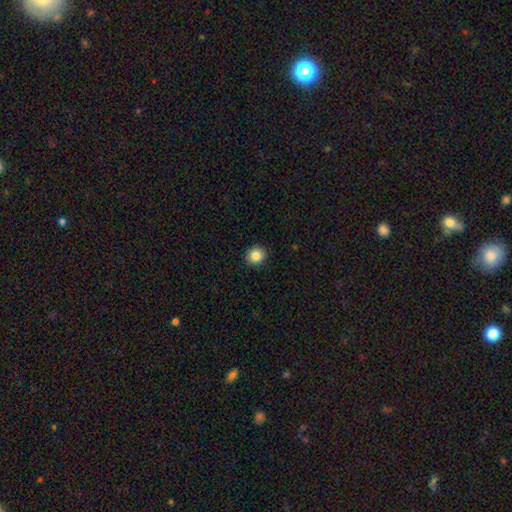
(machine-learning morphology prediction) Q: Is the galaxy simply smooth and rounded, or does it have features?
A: smooth — 85%.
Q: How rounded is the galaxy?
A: round — 92%.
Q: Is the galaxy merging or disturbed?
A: none — 92%.